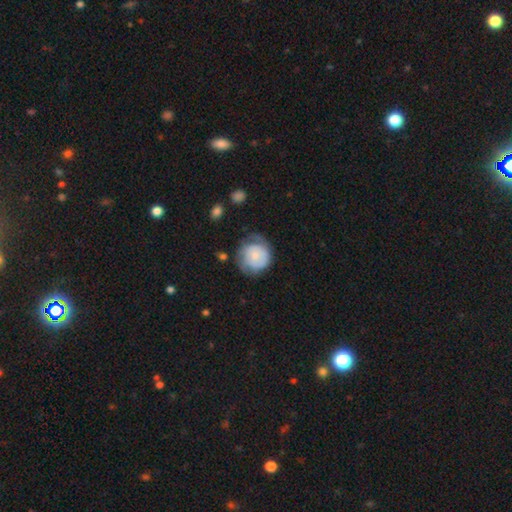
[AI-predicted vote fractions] This appears to be a smooth galaxy with no disk features (54%) that is round (86%). Merging: none (49%).